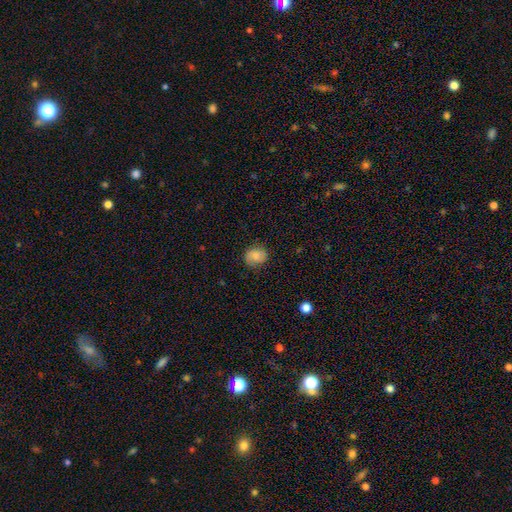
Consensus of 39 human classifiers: Smooth or featured? smooth (77%)
How rounded? round (53%)
Merging? none (89%)